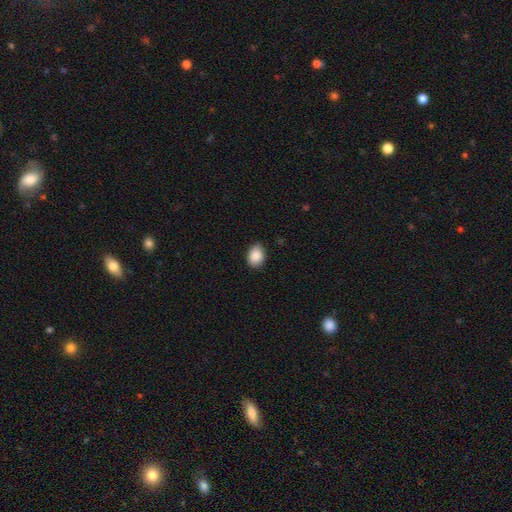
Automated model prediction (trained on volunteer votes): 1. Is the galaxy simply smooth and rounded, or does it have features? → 88% smooth, 8% star or artifact, 4% featured or disk.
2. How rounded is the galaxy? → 66% in between, 33% round, 1% cigar-shaped.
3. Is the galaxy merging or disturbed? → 85% none, 12% minor disturbance, 2% major disturbance, 1% merger.